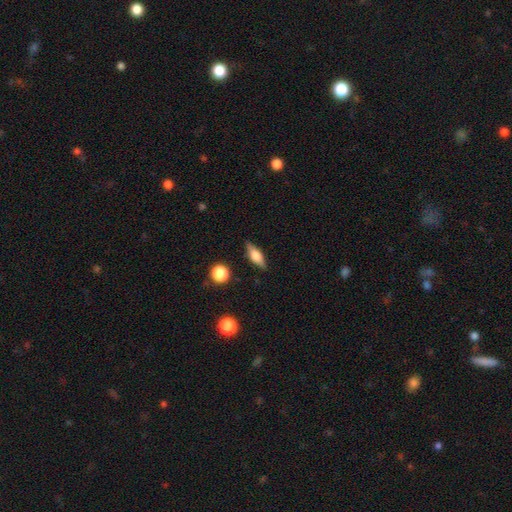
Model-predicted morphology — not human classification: Smooth or featured: smooth — 53% (featured or disk — 39%)
How rounded: in between — 60% (cigar-shaped — 35%)
Merging: none — 84% (minor disturbance — 12%)